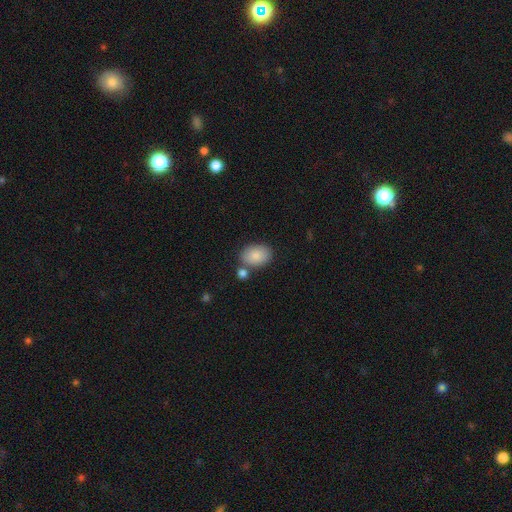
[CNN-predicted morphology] smooth 85%, featured or disk 7%, star or artifact 7%. Down the decision tree: how rounded — in between (81%); merging — none (72%).